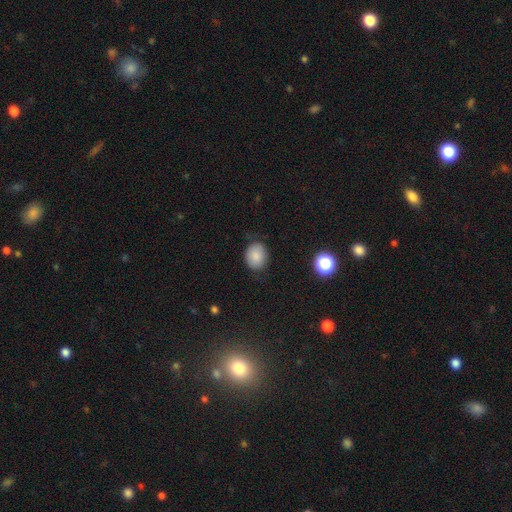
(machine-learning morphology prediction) The model was most divided on "how rounded": round: 53%, in between: 46%, cigar-shaped: 1%. More confident: smooth or featured — smooth (85%); merging — none (81%).